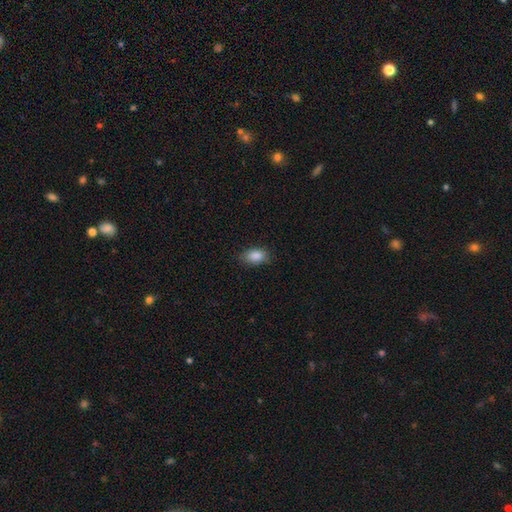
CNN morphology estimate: smooth-or-featured: smooth: 88% | star or artifact: 8% | featured or disk: 4%
  how-rounded: in between: 88% | round: 10% | cigar-shaped: 2%
  merging: none: 82% | minor disturbance: 14% | major disturbance: 3% | merger: 1%